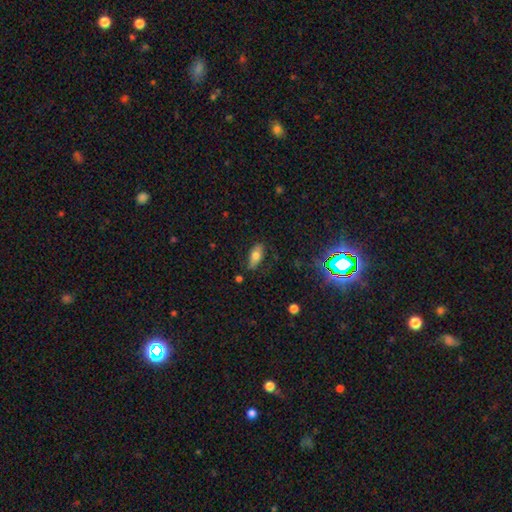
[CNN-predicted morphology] smooth-or-featured: smooth: 68% | featured or disk: 21% | star or artifact: 10%
  how-rounded: in between: 82% | cigar-shaped: 15% | round: 4%
  merging: none: 81% | minor disturbance: 14% | major disturbance: 3% | merger: 2%